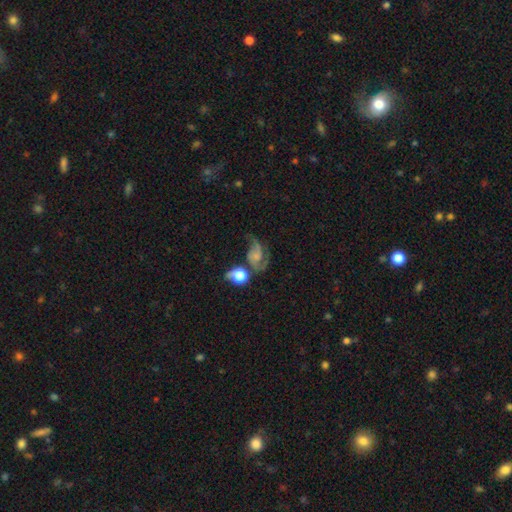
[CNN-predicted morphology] Smooth or featured?
  - featured or disk: 71% *
  - smooth: 20%
  - star or artifact: 9%
Edge-on disk?
  - no: 97% *
  - yes: 3%
Bar?
  - no: 69% *
  - weak: 25%
  - strong: 6%
Spiral arms?
  - yes: 92% *
  - no: 8%
Spiral winding?
  - loose: 45% *
  - medium: 41%
  - tight: 14%
Spiral arm count?
  - 2: 81% *
  - 1: 8%
  - can't tell: 6%
  - 3: 3%
  - 4: 1%
  - more than 4: 1%
Bulge size?
  - small: 36% *
  - none: 27%
  - moderate: 24%
  - large: 9%
  - dominant: 3%
Merging?
  - none: 36% *
  - major disturbance: 27%
  - minor disturbance: 20%
  - merger: 17%